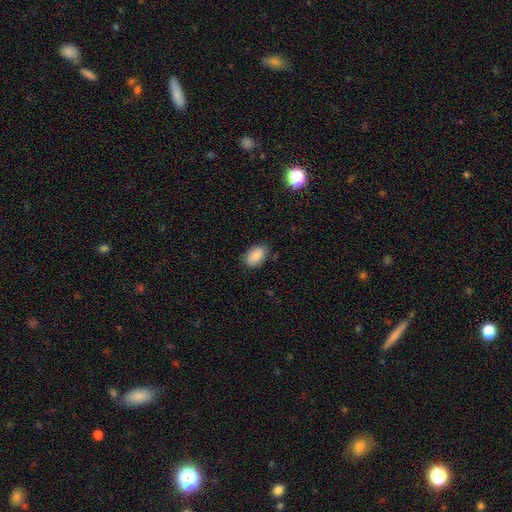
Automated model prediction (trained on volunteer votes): Smooth or featured?
  - smooth: 85% *
  - star or artifact: 7%
  - featured or disk: 7%
How rounded?
  - in between: 89% *
  - round: 10%
  - cigar-shaped: 1%
Merging?
  - none: 78% *
  - minor disturbance: 17%
  - major disturbance: 3%
  - merger: 1%